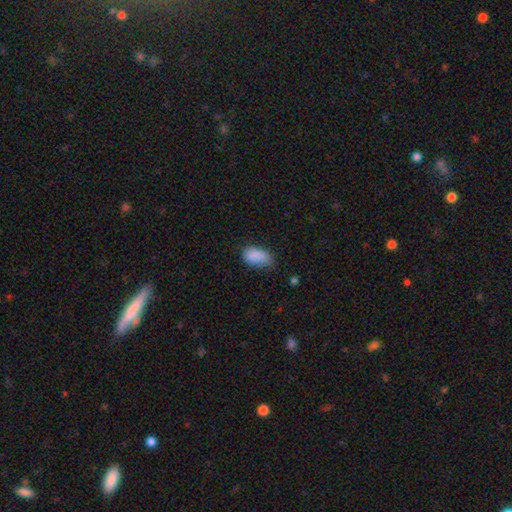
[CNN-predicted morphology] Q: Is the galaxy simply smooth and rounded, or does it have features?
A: smooth — 87%.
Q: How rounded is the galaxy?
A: in between — 93%.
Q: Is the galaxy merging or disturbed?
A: none — 61%.